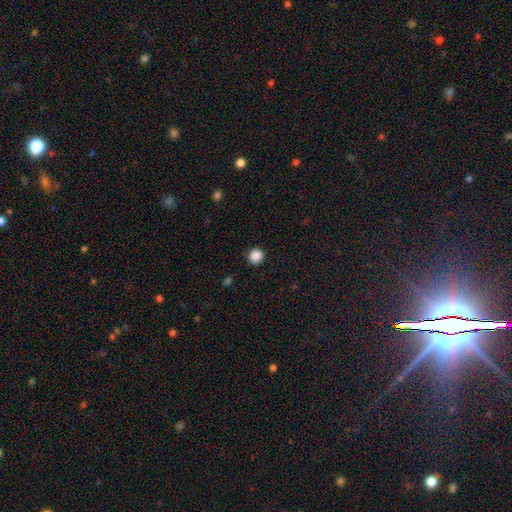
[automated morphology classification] A smooth galaxy with no disk features (87%) that is round (93%). Merging: none (91%).